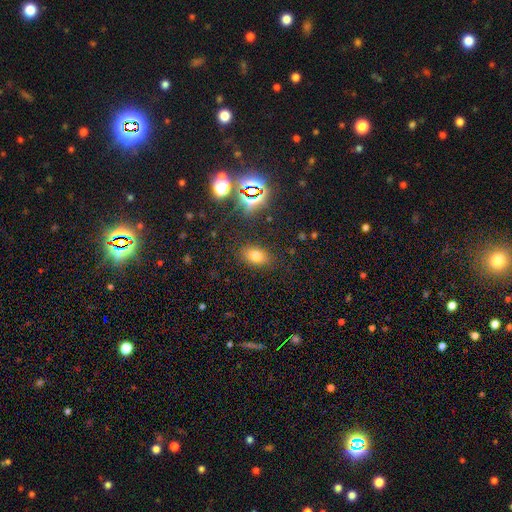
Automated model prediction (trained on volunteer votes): Smooth or featured: smooth — 71% (star or artifact — 20%)
How rounded: in between — 81% (round — 17%)
Merging: none — 85% (minor disturbance — 10%)